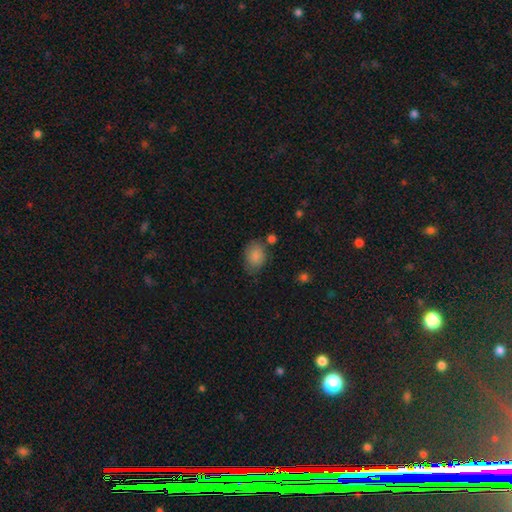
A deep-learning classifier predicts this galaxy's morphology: type=smooth (86%); roundness=in between (73%); merging=none (66%).